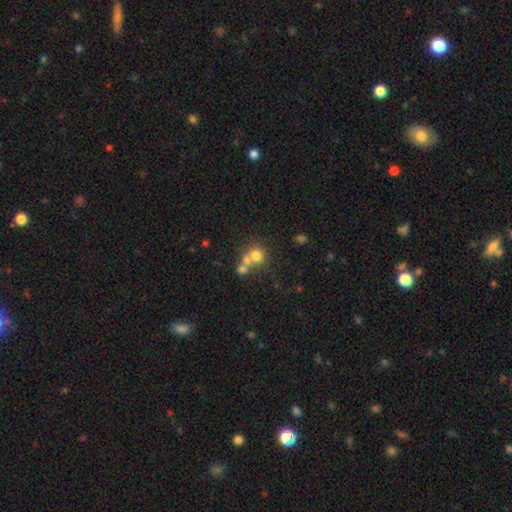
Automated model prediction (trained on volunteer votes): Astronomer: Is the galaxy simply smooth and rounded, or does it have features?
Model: smooth — 70%.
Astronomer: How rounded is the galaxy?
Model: round — 85%.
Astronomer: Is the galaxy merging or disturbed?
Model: merger — 48% (runner-up: none, 41%).